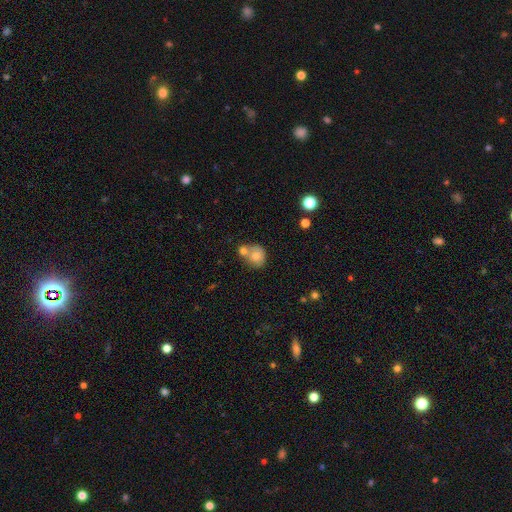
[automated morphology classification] Smooth or featured? smooth (69%)
How rounded? round (72%)
Merging? merger (50%)